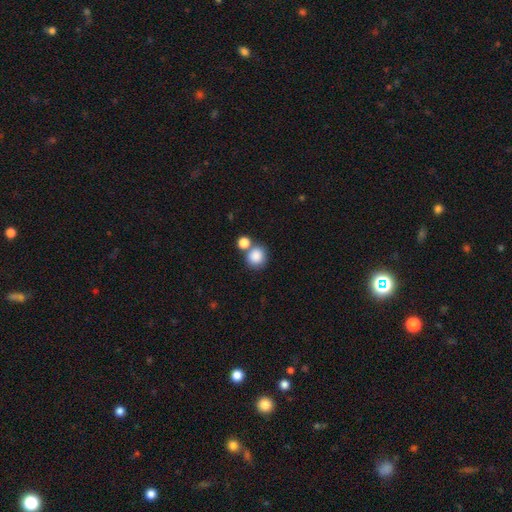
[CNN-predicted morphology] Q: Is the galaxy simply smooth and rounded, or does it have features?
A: smooth — 85%.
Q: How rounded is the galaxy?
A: round — 84%.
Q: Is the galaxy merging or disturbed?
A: none — 55%.